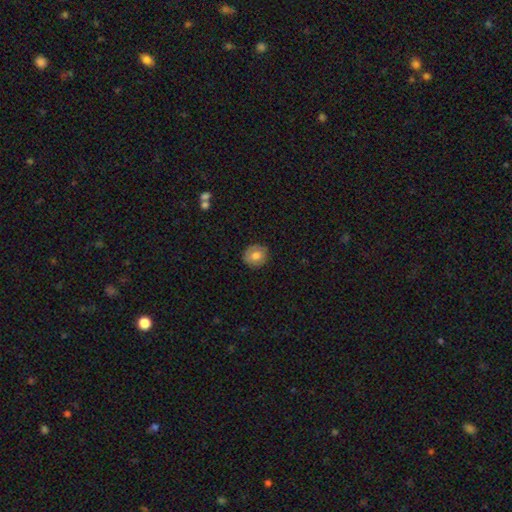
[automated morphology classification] This is likely a smooth galaxy (76%). How rounded: clearly round (82%). Merging: clearly none (86%).